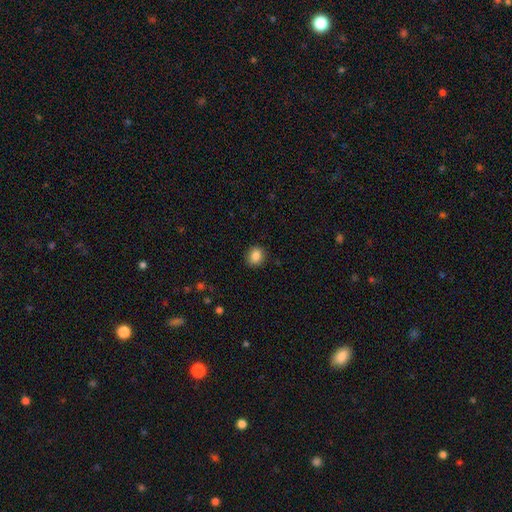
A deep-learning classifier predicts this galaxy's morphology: A smooth galaxy with no disk features (86%) that is round (69%).

Vote fractions:
- Smooth or featured? smooth: 86% / star or artifact: 10% / featured or disk: 4%
- How rounded? round: 69% / in between: 30% / cigar-shaped: 1%
- Merging? none: 89% / minor disturbance: 8% / major disturbance: 2% / merger: 1%